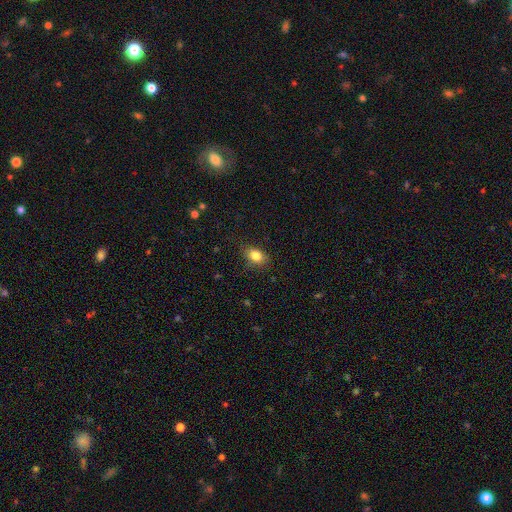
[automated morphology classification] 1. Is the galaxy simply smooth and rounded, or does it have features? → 83% smooth, 9% star or artifact, 7% featured or disk.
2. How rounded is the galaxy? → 76% in between, 22% round, 2% cigar-shaped.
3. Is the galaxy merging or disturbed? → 80% none, 15% minor disturbance, 4% major disturbance, 1% merger.